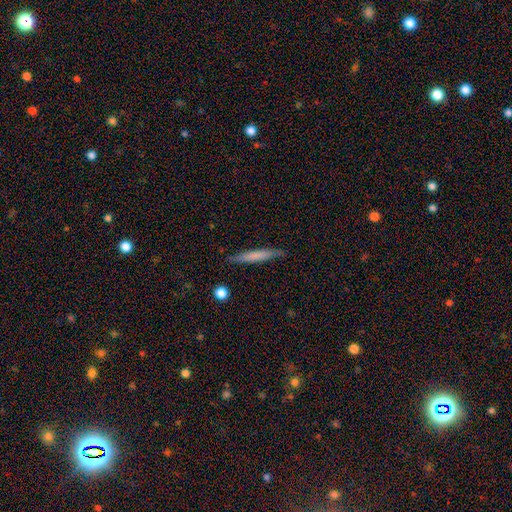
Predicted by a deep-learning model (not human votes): Smooth or featured?
  - smooth: 65% *
  - featured or disk: 29%
  - star or artifact: 6%
How rounded?
  - cigar-shaped: 95% *
  - in between: 4%
  - round: 1%
Merging?
  - none: 85% *
  - minor disturbance: 11%
  - major disturbance: 2%
  - merger: 2%